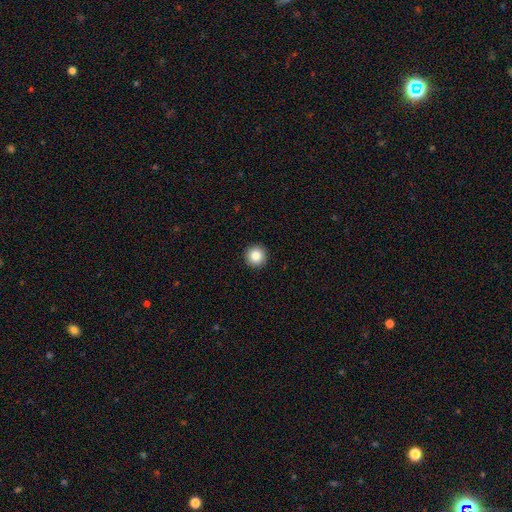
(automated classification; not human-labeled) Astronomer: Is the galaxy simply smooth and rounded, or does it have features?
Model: smooth — 85%.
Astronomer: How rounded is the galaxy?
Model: round — 96%.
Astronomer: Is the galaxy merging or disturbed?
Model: none — 94%.